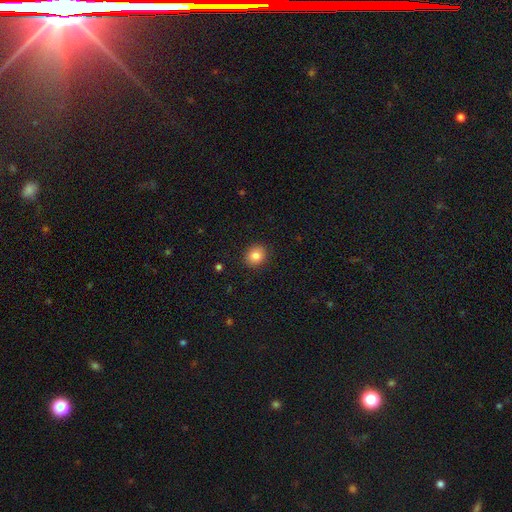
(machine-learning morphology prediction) smooth-or-featured: smooth: 83% | star or artifact: 10% | featured or disk: 7%
  how-rounded: round: 70% | in between: 30% | cigar-shaped: 1%
  merging: none: 90% | minor disturbance: 7% | major disturbance: 2% | merger: 1%